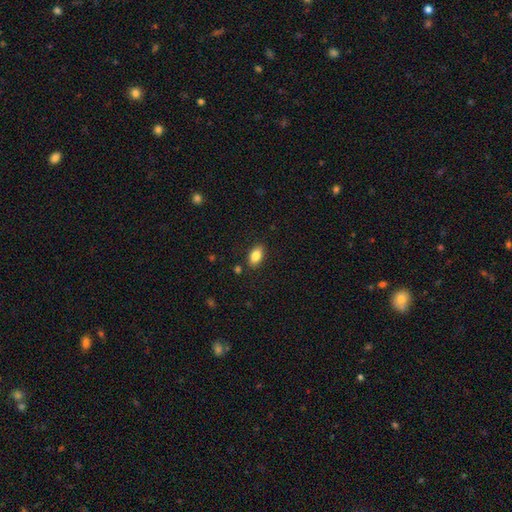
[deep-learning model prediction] Smooth or featured? Predicted: smooth (p=0.84). How rounded? Predicted: in between (p=0.91). Merging? Predicted: none (p=0.86).